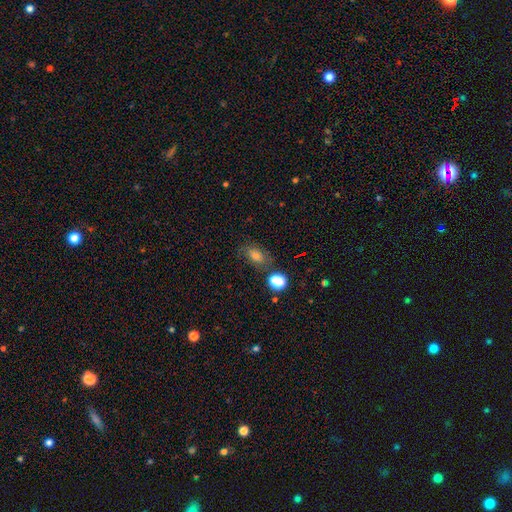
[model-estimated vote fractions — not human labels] smooth 64%, star or artifact 20%, featured or disk 17%. Down the decision tree: how rounded — in between (76%); merging — none (70%).